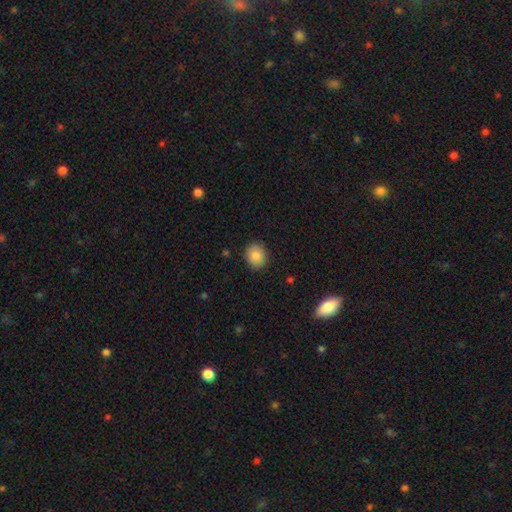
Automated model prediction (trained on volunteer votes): The model was most divided on "how rounded": round: 63%, in between: 36%, cigar-shaped: 1%. More confident: merging — none (88%); smooth or featured — smooth (85%).